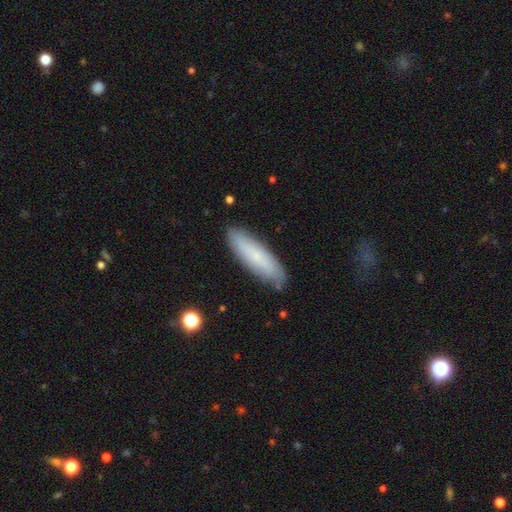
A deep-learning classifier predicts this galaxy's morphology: This appears to be a smooth galaxy with no disk features (65%) that is cigar-shaped (63%). Merging: none (84%).